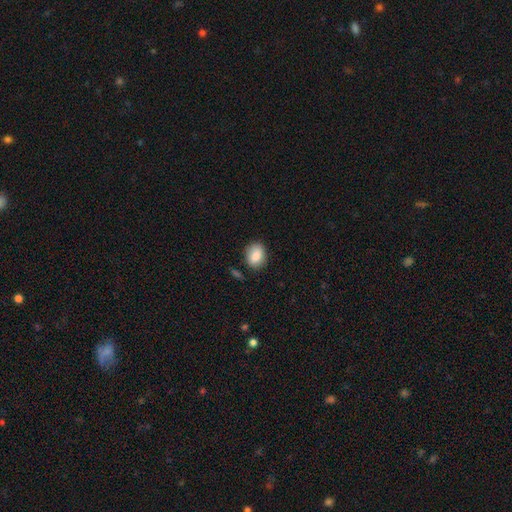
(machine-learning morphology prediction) Overall: smooth (85%). How rounded: in between (60%; round 38%). Merging: none (80%).